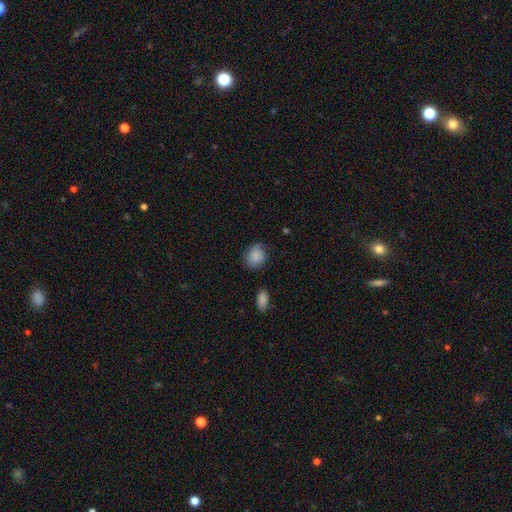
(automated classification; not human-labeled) Q: Smooth or featured?
A: smooth (86%); runner-up: star or artifact (8%)
Q: How rounded?
A: round (58%); runner-up: in between (41%)
Q: Merging?
A: none (73%); runner-up: minor disturbance (21%)